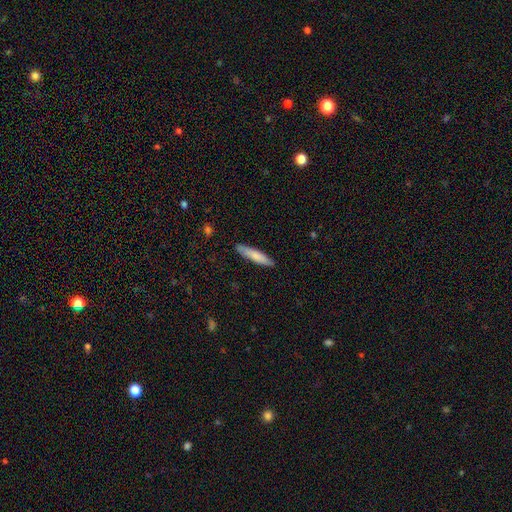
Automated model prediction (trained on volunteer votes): Smooth or featured?
  - smooth: 77% *
  - featured or disk: 18%
  - star or artifact: 5%
How rounded?
  - cigar-shaped: 88% *
  - in between: 11%
  - round: 1%
Merging?
  - none: 88% *
  - minor disturbance: 9%
  - major disturbance: 2%
  - merger: 1%